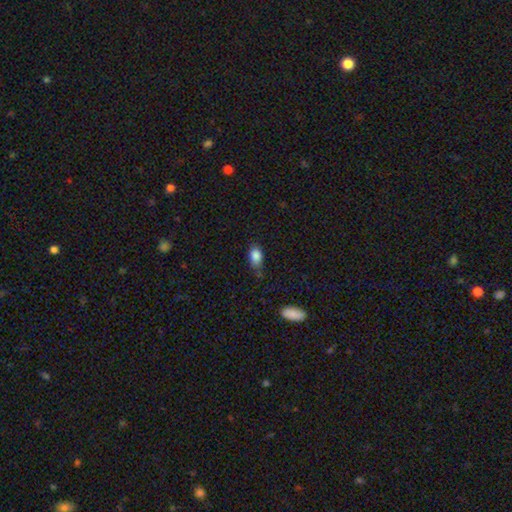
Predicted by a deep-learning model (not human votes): Overall: smooth (86%). How rounded: in between (86%). Merging: none (63%; minor disturbance 28%).